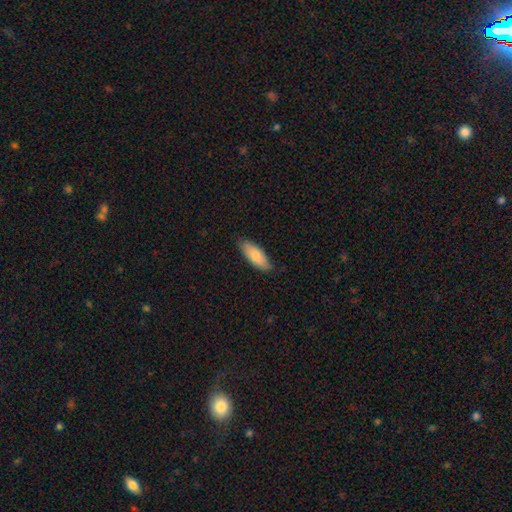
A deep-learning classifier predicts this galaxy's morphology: A smooth galaxy with no disk features (82%) that is in between round and cigar-shaped (73%).

Vote fractions:
- Smooth or featured? smooth: 82% / featured or disk: 12% / star or artifact: 5%
- How rounded? in between: 73% / cigar-shaped: 25% / round: 2%
- Merging? none: 82% / minor disturbance: 15% / major disturbance: 2% / merger: 1%